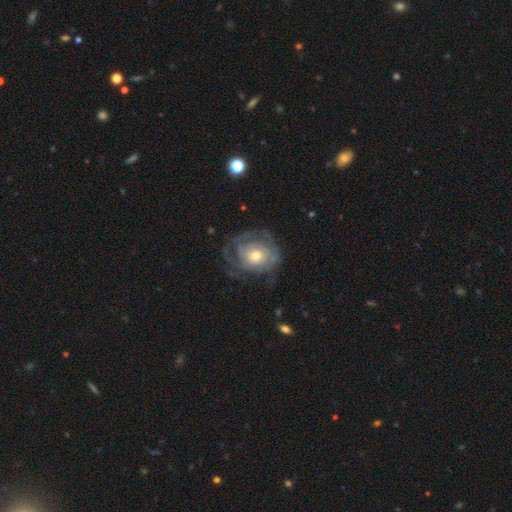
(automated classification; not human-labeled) The model was most divided on "spiral arm count": can't tell: 50%, 2: 17%, 3: 14%, 4: 7%, 1: 7%, more than 4: 5%. More confident: edge-on disk — no (97%); spiral arms — yes (80%); bar — no (79%); smooth or featured — featured or disk (72%); bulge size — moderate (63%); spiral winding — tight (62%); merging — none (60%).